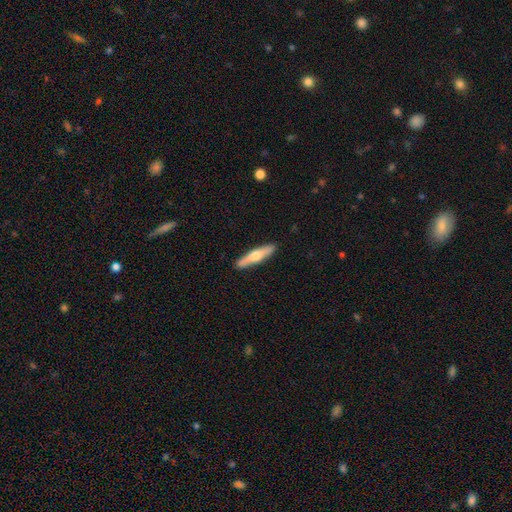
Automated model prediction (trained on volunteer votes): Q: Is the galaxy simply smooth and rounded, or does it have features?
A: featured or disk — 48%.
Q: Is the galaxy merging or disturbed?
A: none — 91%.